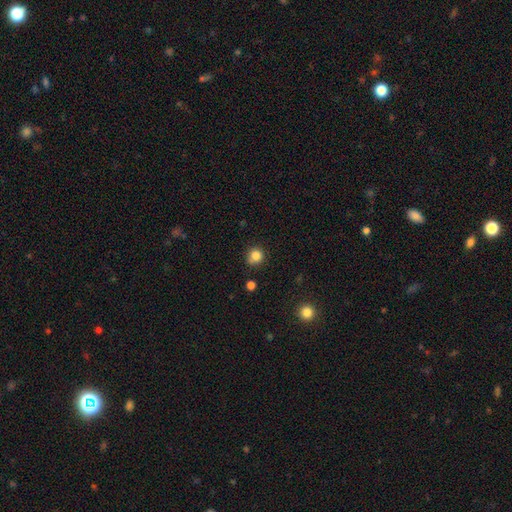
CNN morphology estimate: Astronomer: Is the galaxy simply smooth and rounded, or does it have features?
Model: smooth — 83%.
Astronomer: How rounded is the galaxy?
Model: round — 89%.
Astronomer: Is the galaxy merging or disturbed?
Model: none — 73%.